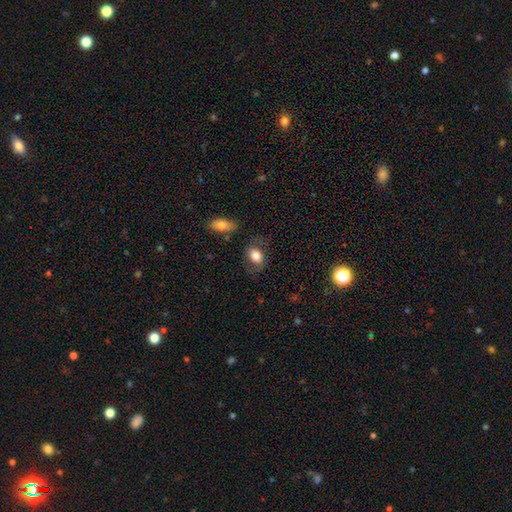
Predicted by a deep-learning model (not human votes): Smooth or featured? smooth (76%)
How rounded? in between (74%)
Merging? none (70%)